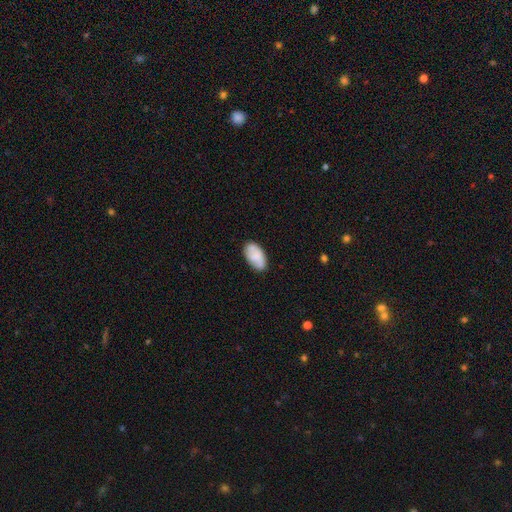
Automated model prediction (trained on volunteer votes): Smooth or featured: smooth — 78% (featured or disk — 15%)
How rounded: in between — 95% (round — 3%)
Merging: none — 76% (minor disturbance — 19%)